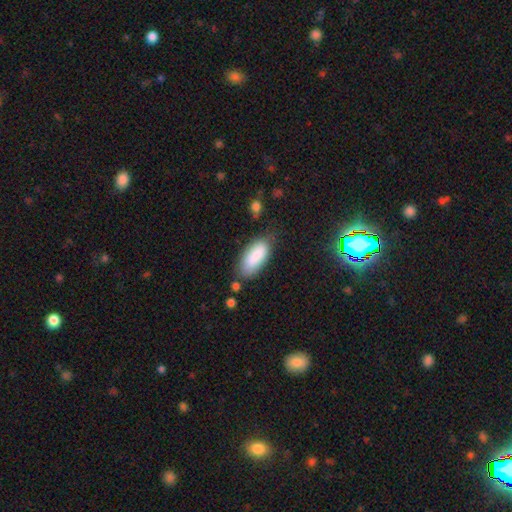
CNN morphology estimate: Overall: smooth (86%). How rounded: in between (84%). Merging: none (69%).